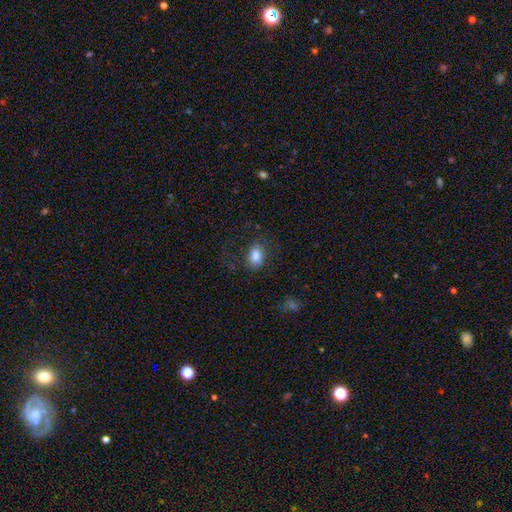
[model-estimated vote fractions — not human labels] Smooth or featured? smooth (82%)
How rounded? in between (74%)
Merging? none (74%)